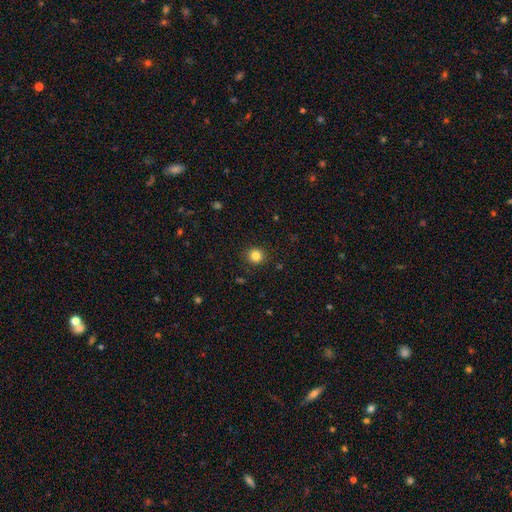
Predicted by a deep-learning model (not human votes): A smooth galaxy with no disk features (84%) that is round (92%). Merging: none (91%).